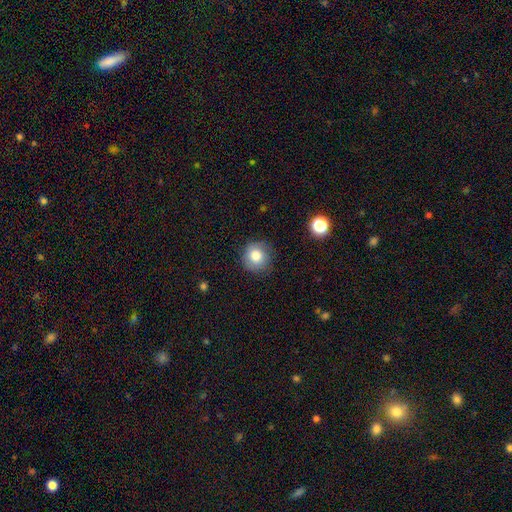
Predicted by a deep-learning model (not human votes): This appears to be a smooth galaxy with no disk features (79%) that is round (90%). Merging: none (81%).